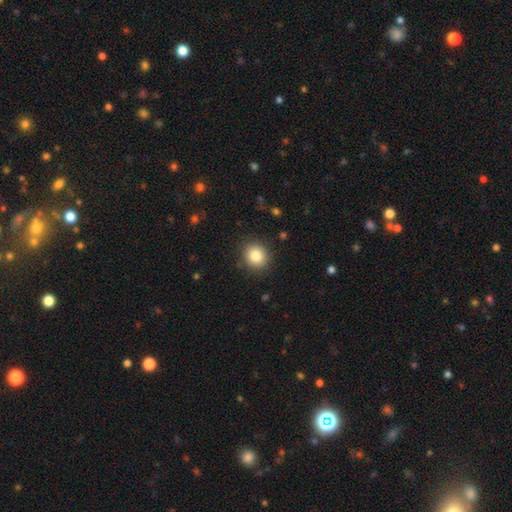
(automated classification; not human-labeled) A smooth galaxy with no disk features (84%) that is round (85%). Merging: none (89%).